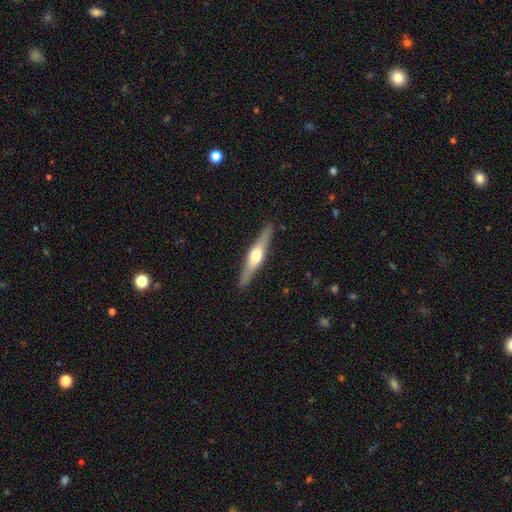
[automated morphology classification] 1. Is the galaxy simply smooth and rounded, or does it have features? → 68% featured or disk, 27% smooth, 5% star or artifact.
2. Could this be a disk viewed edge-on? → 97% yes, 3% no.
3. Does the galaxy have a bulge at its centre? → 93% rounded, 5% boxy, 3% none.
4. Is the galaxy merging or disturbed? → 90% none, 7% minor disturbance, 2% major disturbance, 1% merger.